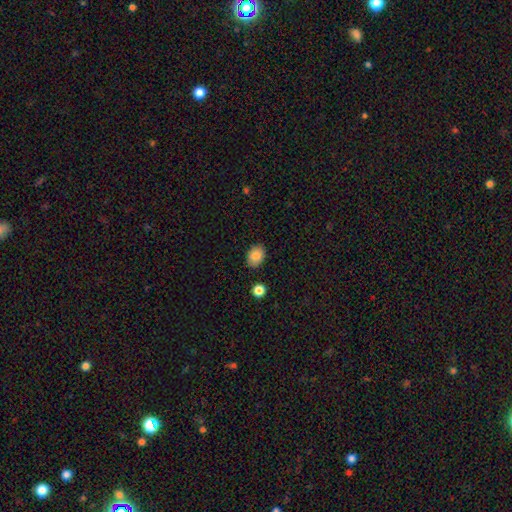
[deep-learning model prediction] This appears to be a smooth galaxy with no disk features (85%) that is in between round and cigar-shaped (75%). Merging: none (86%).